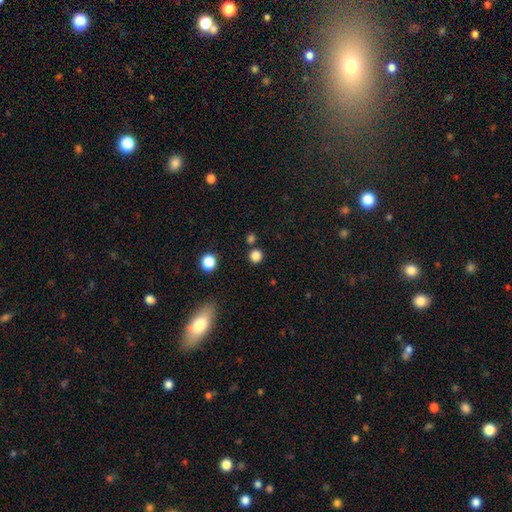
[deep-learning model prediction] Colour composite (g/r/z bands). It shows a smooth galaxy with no disk features (81%) that is round (93%). Merging: none (84%).